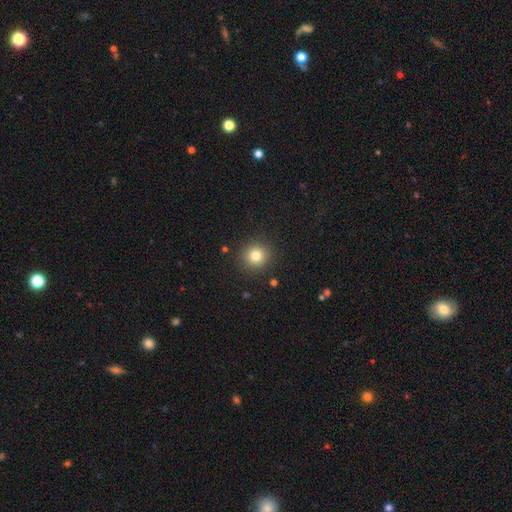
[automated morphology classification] Smooth or featured? Predicted: smooth (p=0.80). How rounded? Predicted: round (p=0.93). Merging? Predicted: none (p=0.91).